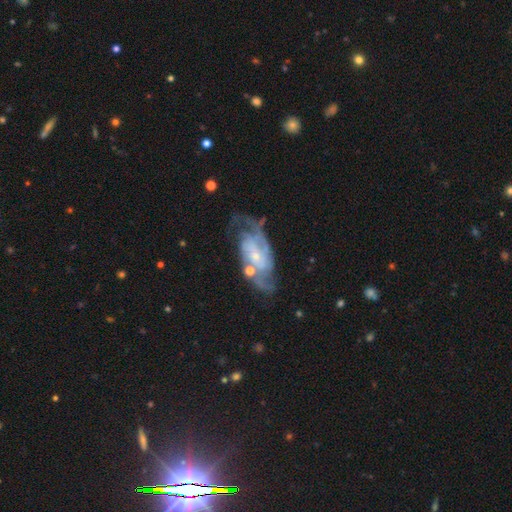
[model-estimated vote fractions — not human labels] Overall: featured or disk (84%). Edge-on disk: no (95%). Bar: no (52%; weak 36%). Spiral arms: yes (94%). Spiral arm count: 2 (59%; can't tell 19%). Spiral winding: medium (44%; tight 40%). Bulge size: small (71%). Merging: none (58%; minor disturbance 20%).